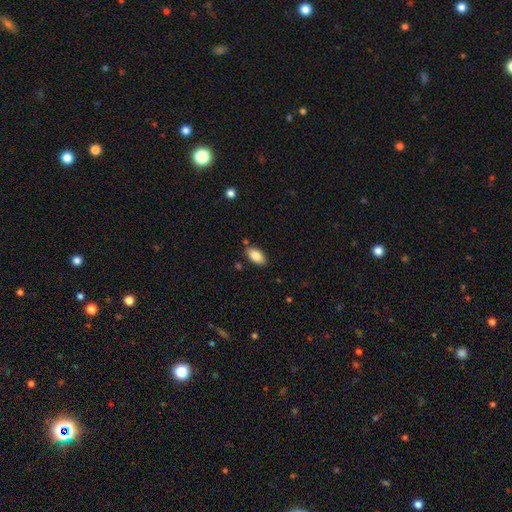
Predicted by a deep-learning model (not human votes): Morphology: type=smooth (84%); roundness=in between (93%); merging=none (82%).